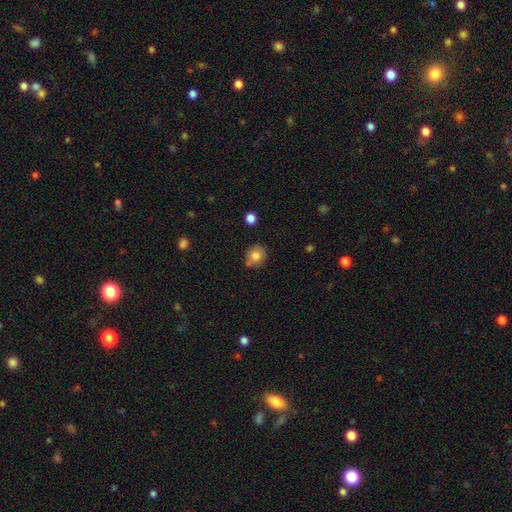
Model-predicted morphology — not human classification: A smooth galaxy with no disk features (80%) that is round (79%).

Vote fractions:
- Smooth or featured? smooth: 80% / featured or disk: 10% / star or artifact: 10%
- How rounded? round: 79% / in between: 20% / cigar-shaped: 1%
- Merging? none: 72% / minor disturbance: 15% / merger: 9% / major disturbance: 3%